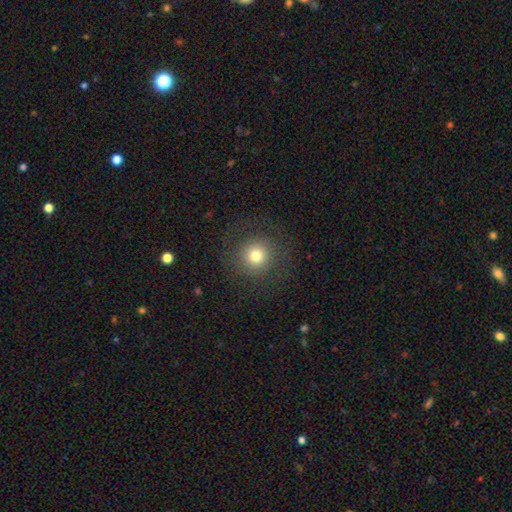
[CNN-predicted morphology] Smooth or featured?
  - smooth: 74% *
  - star or artifact: 14%
  - featured or disk: 12%
How rounded?
  - round: 95% *
  - in between: 4%
  - cigar-shaped: 1%
Merging?
  - none: 84% *
  - minor disturbance: 8%
  - major disturbance: 7%
  - merger: 1%